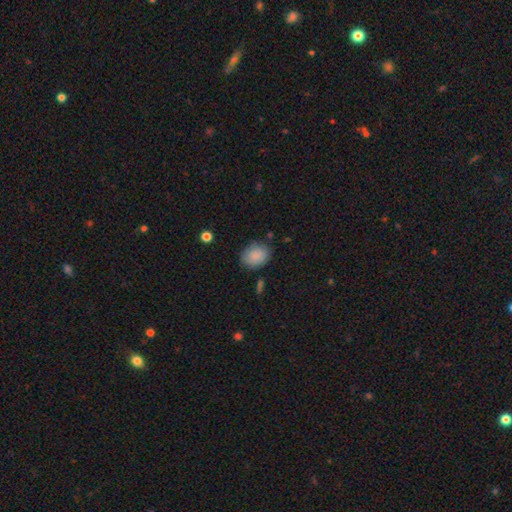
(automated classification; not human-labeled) This is clearly a smooth galaxy (88%). How rounded: likely in between (63%). Merging: clearly none (80%).